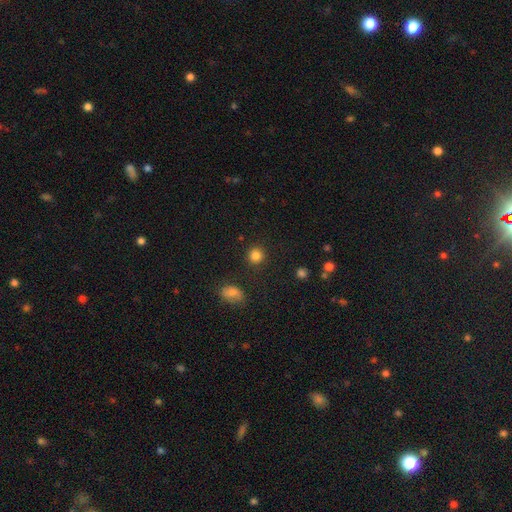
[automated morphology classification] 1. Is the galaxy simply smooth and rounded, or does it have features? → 83% smooth, 12% star or artifact, 4% featured or disk.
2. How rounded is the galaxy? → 91% round, 8% in between, 1% cigar-shaped.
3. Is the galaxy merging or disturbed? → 89% none, 6% minor disturbance, 3% major disturbance, 2% merger.